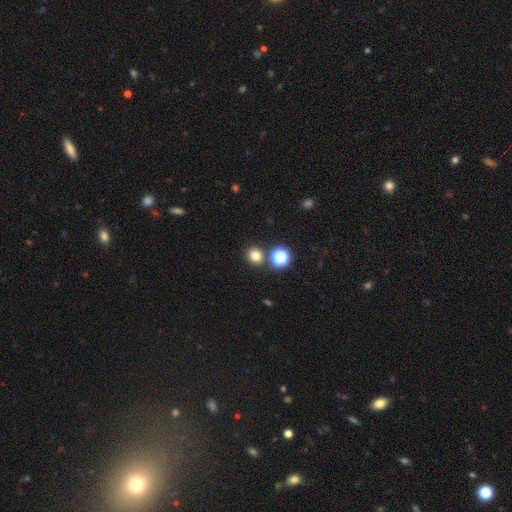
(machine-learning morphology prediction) The model was most divided on "smooth or featured": smooth: 77%, star or artifact: 17%, featured or disk: 5%. More confident: merging — none (82%); how rounded — round (81%).